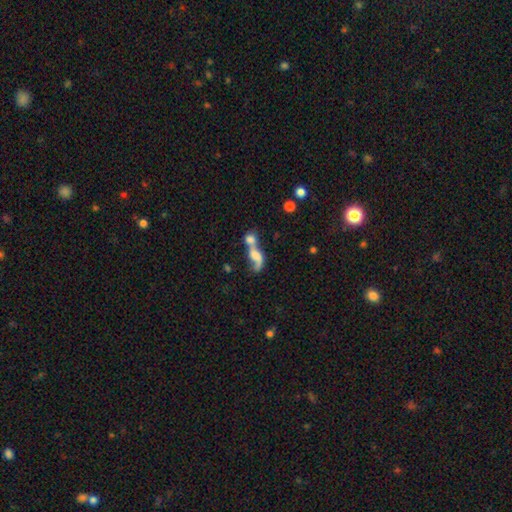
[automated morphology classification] featured or disk 46%, smooth 44%, star or artifact 11%. Down the decision tree: merging — merger (67%).